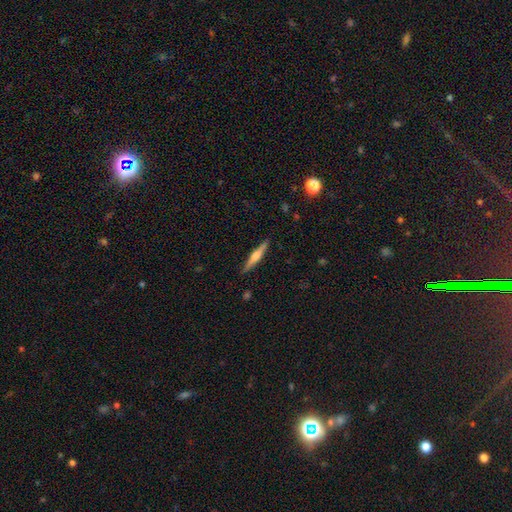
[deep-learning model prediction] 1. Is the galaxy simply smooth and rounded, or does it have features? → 60% featured or disk, 34% smooth, 6% star or artifact.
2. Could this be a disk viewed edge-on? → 98% yes, 2% no.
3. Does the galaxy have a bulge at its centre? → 79% rounded, 12% boxy, 8% none.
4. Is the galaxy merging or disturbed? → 90% none, 7% minor disturbance, 2% major disturbance, 1% merger.